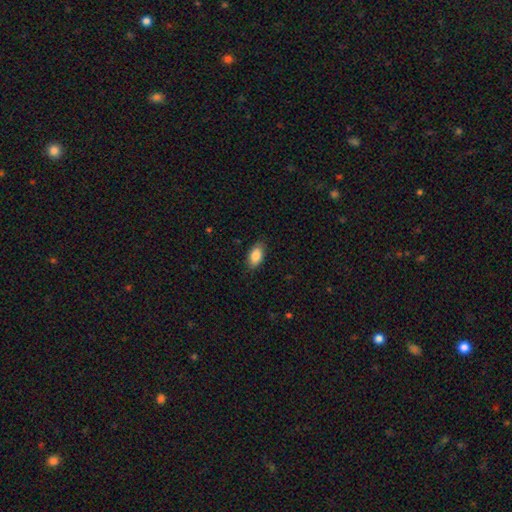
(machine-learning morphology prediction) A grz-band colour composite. It shows a smooth galaxy with no disk features (85%) that is in between round and cigar-shaped (93%). Merging: none (84%).